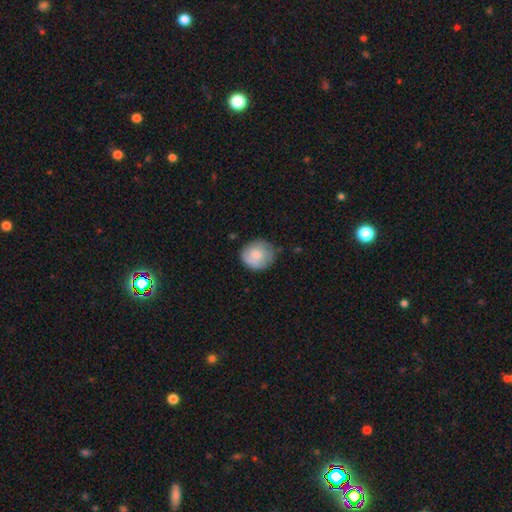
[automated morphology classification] Smooth or featured? Predicted: smooth (p=0.76). How rounded? Predicted: round (p=0.81). Merging? Predicted: none (p=0.70).